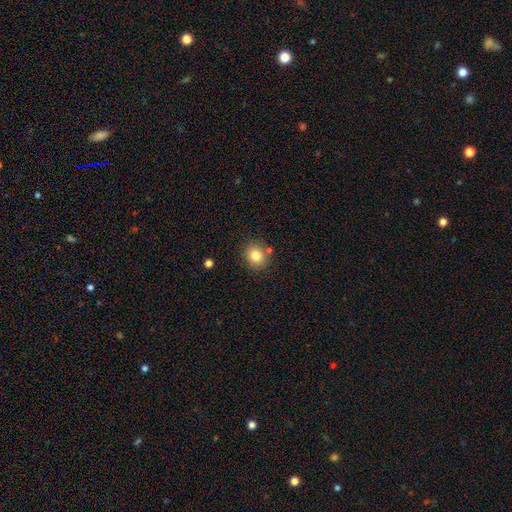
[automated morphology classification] Q: Smooth or featured?
A: smooth (82%); runner-up: star or artifact (11%)
Q: How rounded?
A: round (77%); runner-up: in between (22%)
Q: Merging?
A: none (81%); runner-up: minor disturbance (10%)